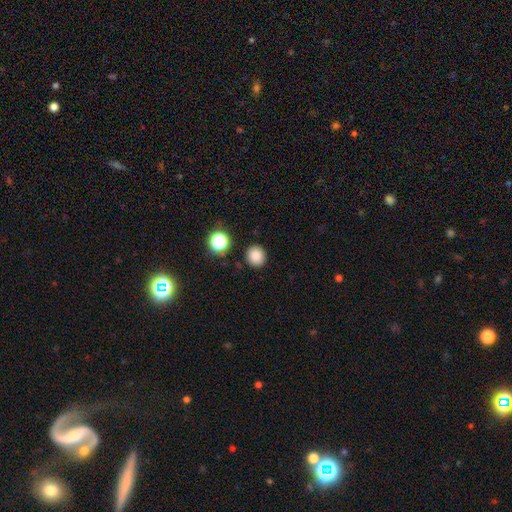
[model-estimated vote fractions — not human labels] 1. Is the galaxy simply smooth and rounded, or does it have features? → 83% smooth, 12% star or artifact, 4% featured or disk.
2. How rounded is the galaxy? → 90% round, 9% in between, 1% cigar-shaped.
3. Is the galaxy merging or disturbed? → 89% none, 7% minor disturbance, 2% merger, 2% major disturbance.